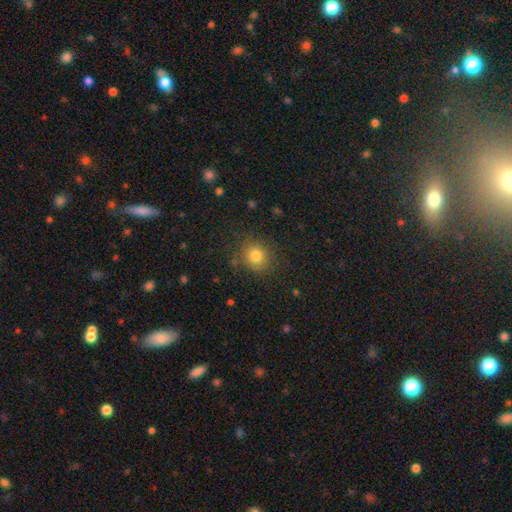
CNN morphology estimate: This appears to be a smooth galaxy with no disk features (81%) that is round (82%). Merging: none (83%).